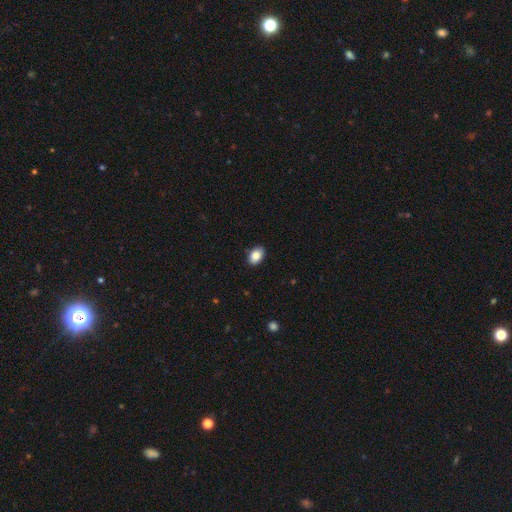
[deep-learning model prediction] smooth_or_featured: smooth (p=0.87) [alt: star or artifact p=0.07]
how_rounded: in between (p=0.86) [alt: round p=0.13]
merging: none (p=0.89) [alt: minor disturbance p=0.08]